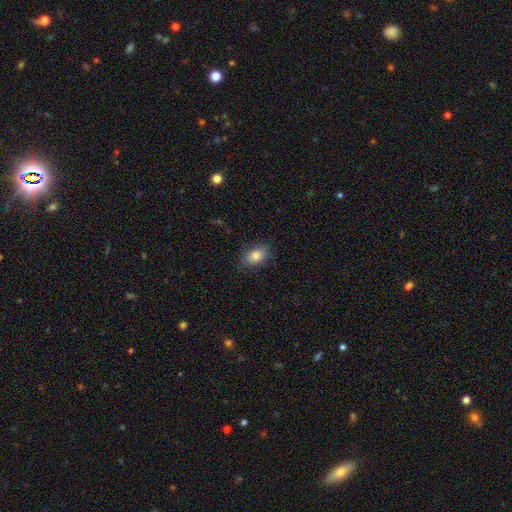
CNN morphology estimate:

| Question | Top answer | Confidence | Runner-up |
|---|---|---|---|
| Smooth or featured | smooth | 83% | star or artifact (9%) |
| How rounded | in between | 86% | round (12%) |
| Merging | none | 84% | minor disturbance (12%) |